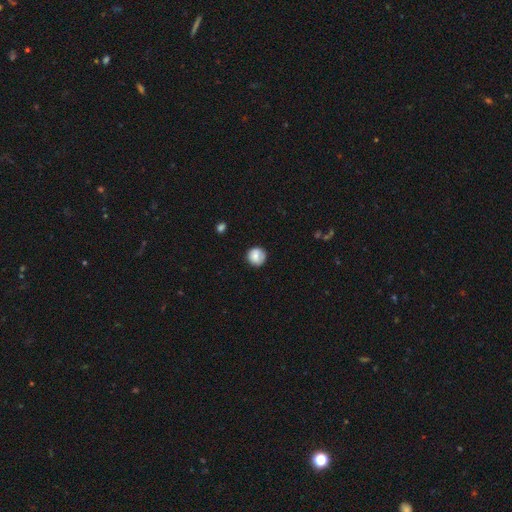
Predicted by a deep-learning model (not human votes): smooth-or-featured: smooth: 78% | featured or disk: 14% | star or artifact: 8%
  how-rounded: round: 92% | in between: 7% | cigar-shaped: 1%
  merging: none: 78% | minor disturbance: 16% | major disturbance: 4% | merger: 2%